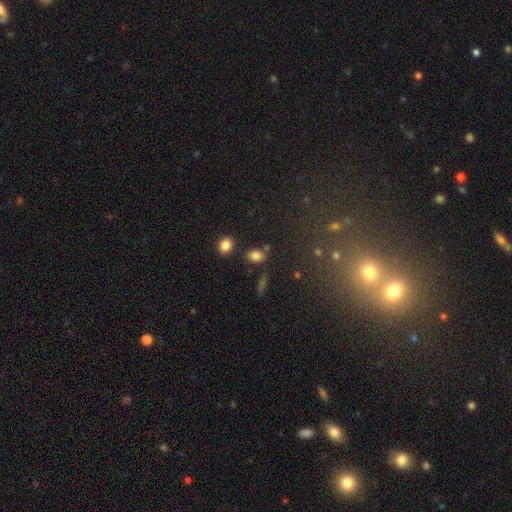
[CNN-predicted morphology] Q: Smooth or featured?
A: smooth (82%); runner-up: star or artifact (11%)
Q: How rounded?
A: in between (78%); runner-up: round (20%)
Q: Merging?
A: none (73%); runner-up: minor disturbance (13%)